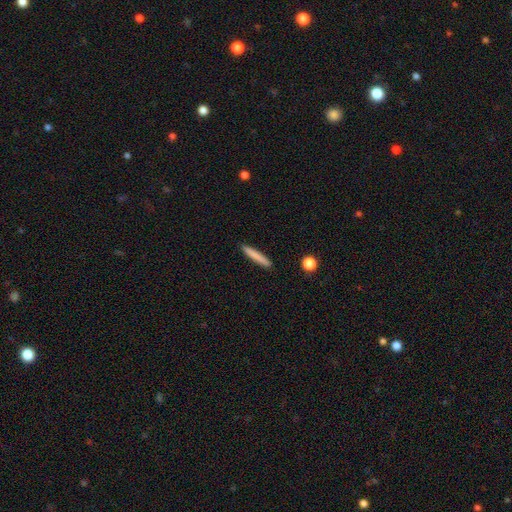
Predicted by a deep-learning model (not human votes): Smooth or featured: smooth — 78% (featured or disk — 15%)
How rounded: cigar-shaped — 95% (in between — 3%)
Merging: none — 91% (minor disturbance — 6%)